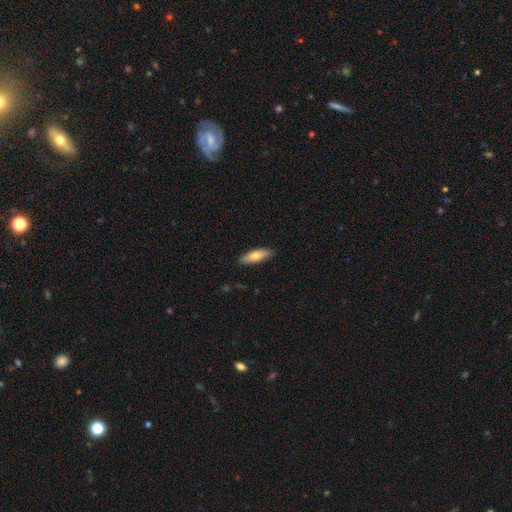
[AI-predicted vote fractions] Smooth or featured?
  - smooth: 74% *
  - featured or disk: 20%
  - star or artifact: 6%
How rounded?
  - in between: 55% *
  - cigar-shaped: 43%
  - round: 2%
Merging?
  - none: 87% *
  - minor disturbance: 10%
  - major disturbance: 2%
  - merger: 1%